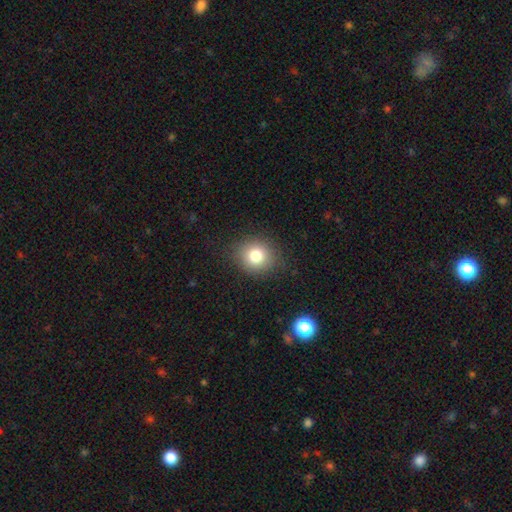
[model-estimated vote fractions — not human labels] A smooth galaxy with no disk features (79%) that is round (79%).

Vote fractions:
- Smooth or featured? smooth: 79% / star or artifact: 12% / featured or disk: 9%
- How rounded? round: 79% / in between: 20% / cigar-shaped: 1%
- Merging? none: 86% / minor disturbance: 10% / major disturbance: 3% / merger: 1%